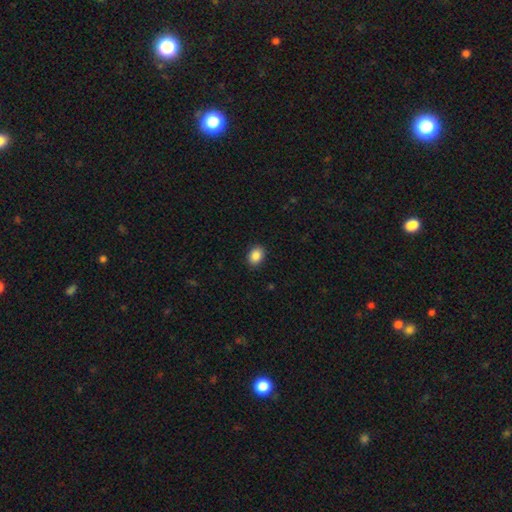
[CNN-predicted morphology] This is clearly a smooth galaxy (88%). How rounded: likely in between (67%). Merging: clearly none (90%).